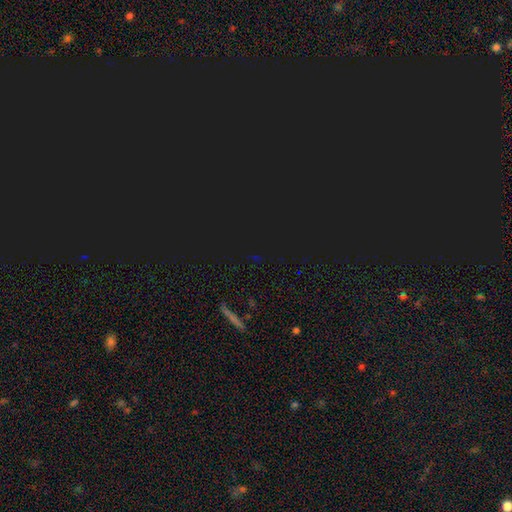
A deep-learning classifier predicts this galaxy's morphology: Overall: star or artifact (78%).